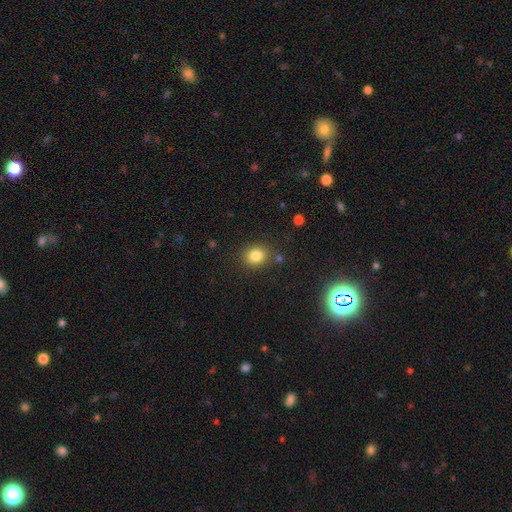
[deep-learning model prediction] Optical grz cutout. It shows a smooth galaxy with no disk features (82%) that is round (73%). Merging: none (83%).